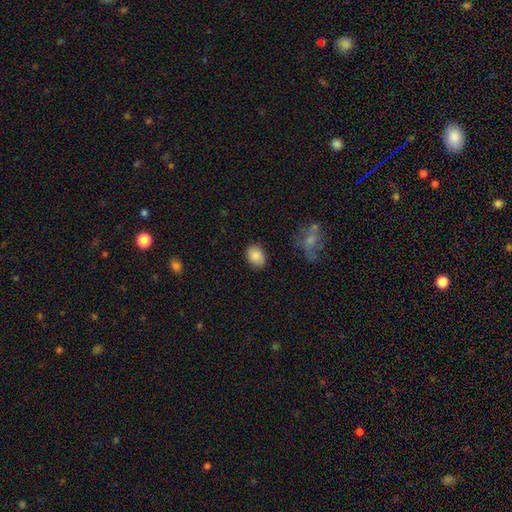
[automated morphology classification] Smooth or featured: smooth — 86% (star or artifact — 8%)
How rounded: in between — 66% (round — 33%)
Merging: none — 83% (minor disturbance — 13%)